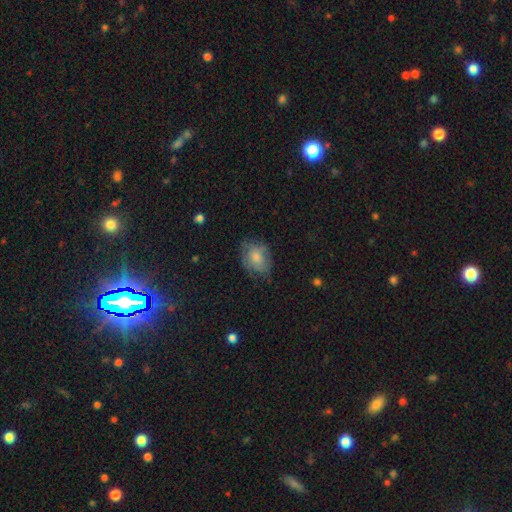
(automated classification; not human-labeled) Morphology: type=smooth (62%); roundness=in between (60%); merging=none (63%).